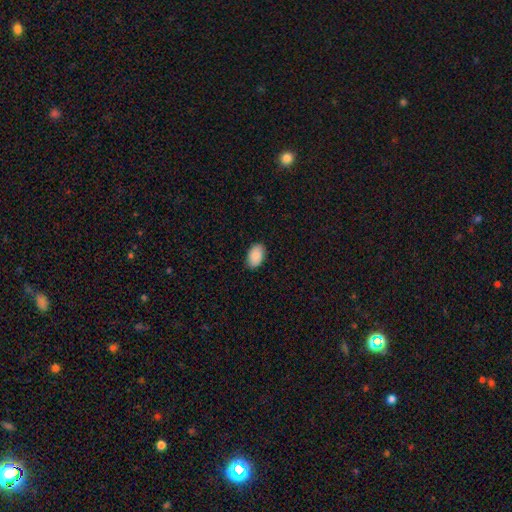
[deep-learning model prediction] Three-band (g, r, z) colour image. It shows a smooth galaxy with no disk features (91%) that is in between round and cigar-shaped (92%). Merging: none (87%).